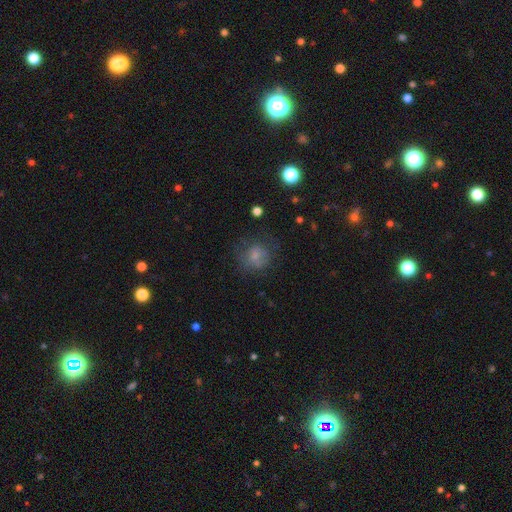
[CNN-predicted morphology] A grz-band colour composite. It shows a smooth galaxy with no disk features (68%) that is round (78%). Merging: none (57%).